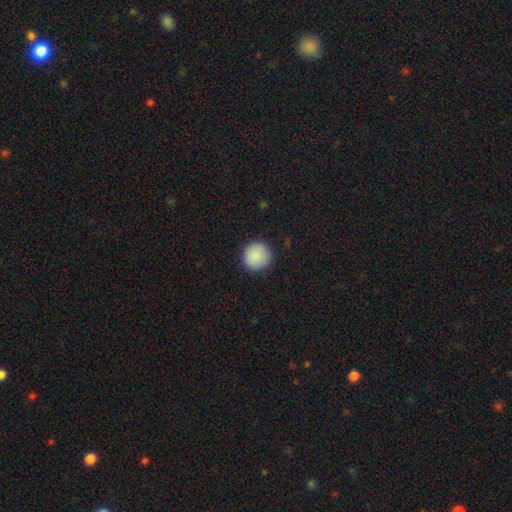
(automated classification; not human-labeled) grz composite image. It shows a smooth galaxy with no disk features (89%) that is round (95%). Merging: none (91%).